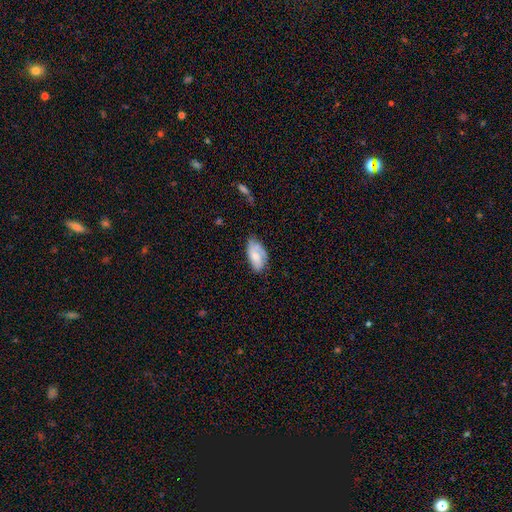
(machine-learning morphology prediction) smooth 59%, featured or disk 34%, star or artifact 7%. Down the decision tree: how rounded — in between (92%); merging — none (58%).